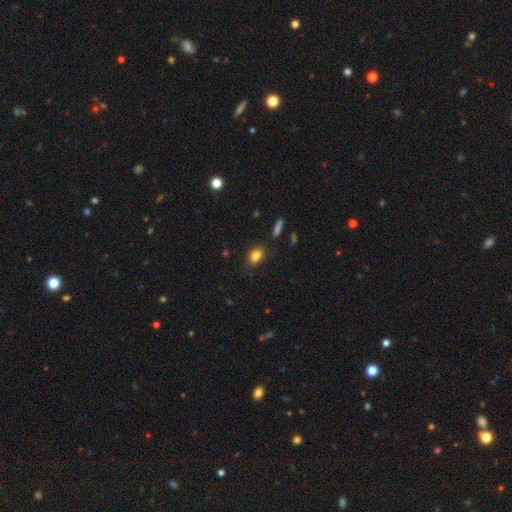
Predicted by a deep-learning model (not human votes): Smooth or featured: smooth — 84% (star or artifact — 10%)
How rounded: in between — 74% (round — 24%)
Merging: none — 85% (minor disturbance — 10%)